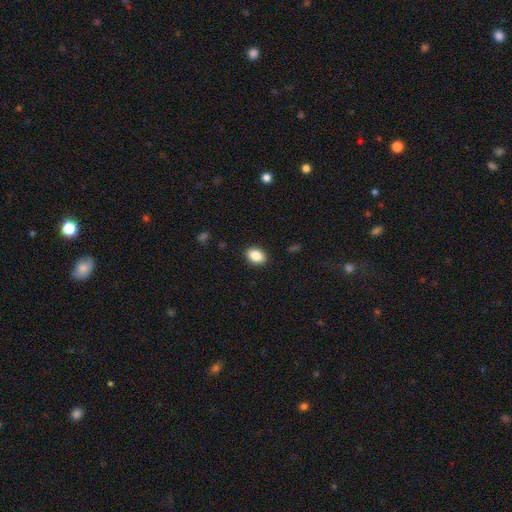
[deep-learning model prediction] Smooth or featured? smooth (87%)
How rounded? in between (78%)
Merging? none (90%)